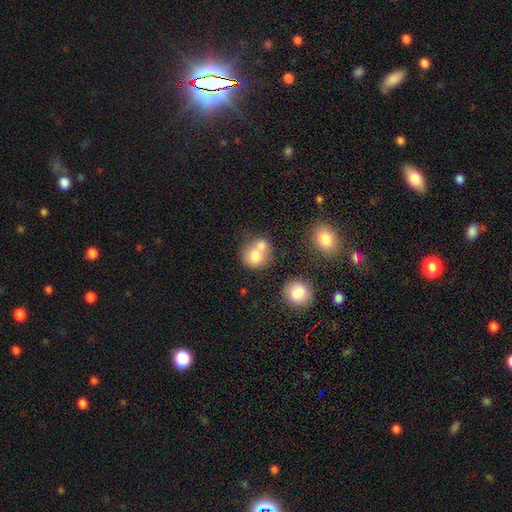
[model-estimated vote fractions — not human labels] Smooth or featured?
  - smooth: 73% *
  - featured or disk: 18%
  - star or artifact: 9%
How rounded?
  - round: 73% *
  - in between: 26%
  - cigar-shaped: 1%
Merging?
  - merger: 53% *
  - none: 32%
  - minor disturbance: 10%
  - major disturbance: 5%